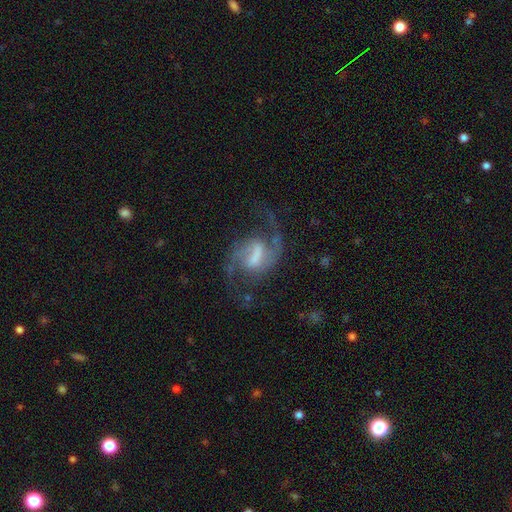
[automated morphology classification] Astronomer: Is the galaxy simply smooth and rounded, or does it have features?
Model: featured or disk — 89%.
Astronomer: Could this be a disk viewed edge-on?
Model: no — 98%.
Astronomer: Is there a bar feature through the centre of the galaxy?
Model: weak — 49% (runner-up: strong, 37%).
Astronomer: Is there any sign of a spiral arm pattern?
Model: yes — 97%.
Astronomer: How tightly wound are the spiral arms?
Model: medium — 49% (runner-up: loose, 42%).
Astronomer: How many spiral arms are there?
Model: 2 — 91%.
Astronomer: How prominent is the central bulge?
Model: none — 34% (runner-up: small, 27%).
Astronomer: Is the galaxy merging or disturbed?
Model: none — 67%.